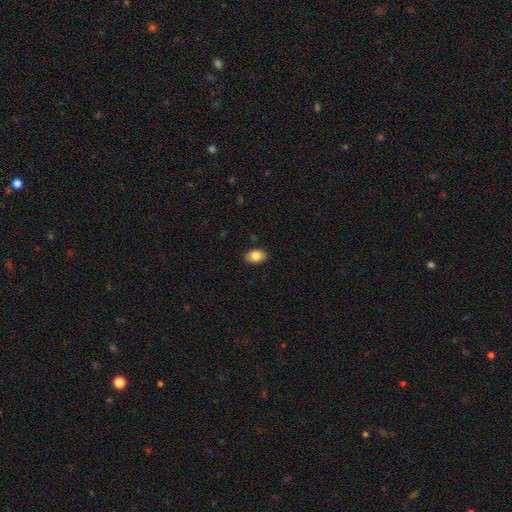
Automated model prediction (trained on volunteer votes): Q: Smooth or featured?
A: smooth (85%); runner-up: featured or disk (8%)
Q: How rounded?
A: in between (87%); runner-up: round (12%)
Q: Merging?
A: none (88%); runner-up: minor disturbance (9%)